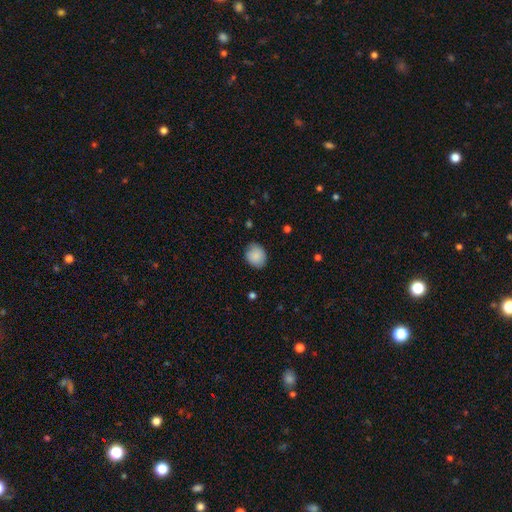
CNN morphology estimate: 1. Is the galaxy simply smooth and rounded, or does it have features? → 87% smooth, 7% star or artifact, 5% featured or disk.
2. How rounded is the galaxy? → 54% round, 45% in between, 1% cigar-shaped.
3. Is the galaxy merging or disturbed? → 81% none, 15% minor disturbance, 3% major disturbance, 1% merger.